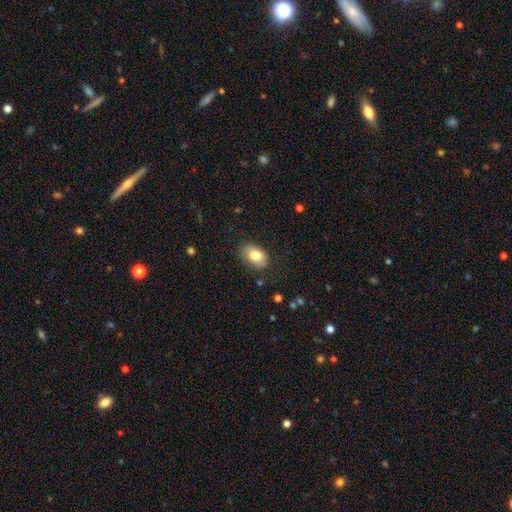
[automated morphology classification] smooth-or-featured: smooth: 81% | featured or disk: 12% | star or artifact: 8%
  how-rounded: in between: 86% | round: 13% | cigar-shaped: 1%
  merging: none: 79% | minor disturbance: 16% | major disturbance: 4% | merger: 1%